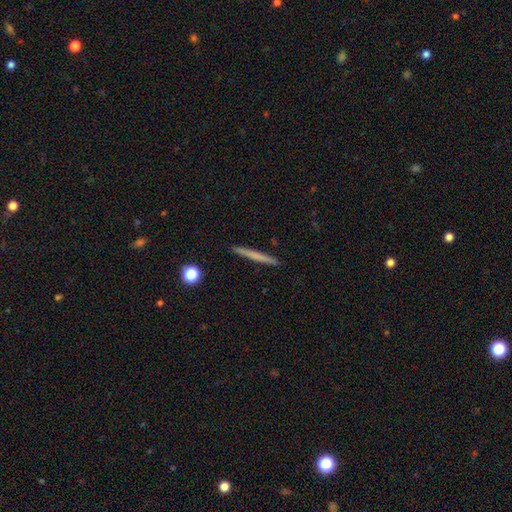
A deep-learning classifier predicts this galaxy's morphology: smooth 61%, featured or disk 33%, star or artifact 6%. Down the decision tree: how rounded — cigar-shaped (97%); merging — none (92%).